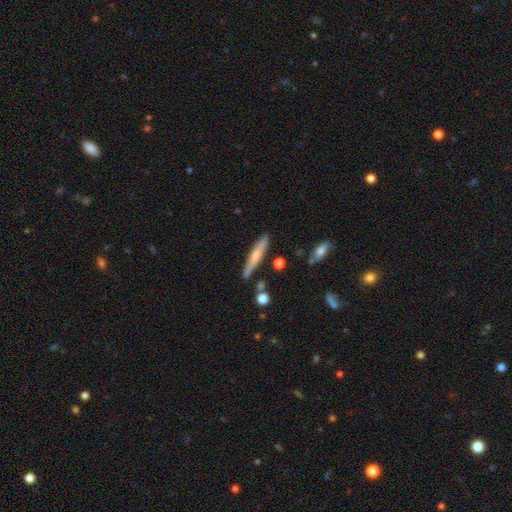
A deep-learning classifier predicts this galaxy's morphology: Q: Smooth or featured?
A: smooth (58%); runner-up: featured or disk (36%)
Q: How rounded?
A: cigar-shaped (91%); runner-up: in between (7%)
Q: Merging?
A: none (81%); runner-up: minor disturbance (12%)